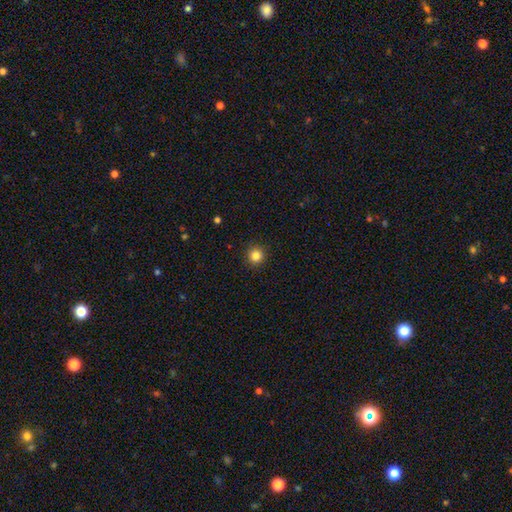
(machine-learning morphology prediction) type=smooth (84%); roundness=round (95%); merging=none (92%).